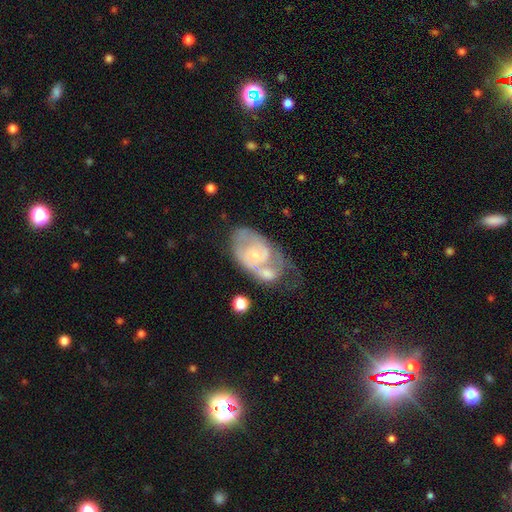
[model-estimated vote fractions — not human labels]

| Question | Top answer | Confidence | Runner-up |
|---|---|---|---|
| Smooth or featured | featured or disk | 77% | smooth (17%) |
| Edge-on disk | no | 97% | yes (3%) |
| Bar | no | 61% | weak (33%) |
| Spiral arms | yes | 86% | no (14%) |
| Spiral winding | tight | 45% | medium (41%) |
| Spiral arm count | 2 | 54% | can't tell (24%) |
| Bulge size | small | 66% | moderate (22%) |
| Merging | none | 30% | merger (26%) |